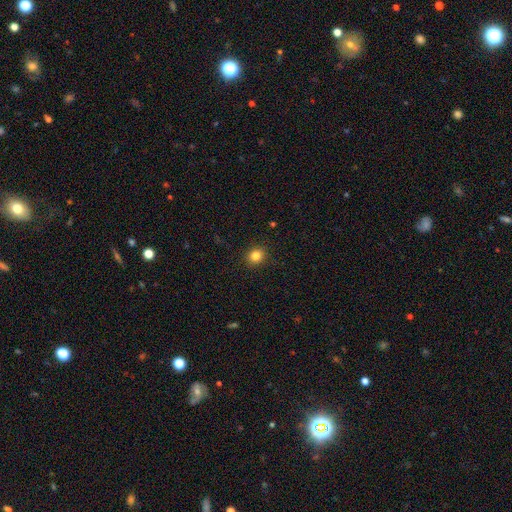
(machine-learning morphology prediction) Smooth or featured? Predicted: smooth (p=0.83). How rounded? Predicted: round (p=0.78). Merging? Predicted: none (p=0.91).